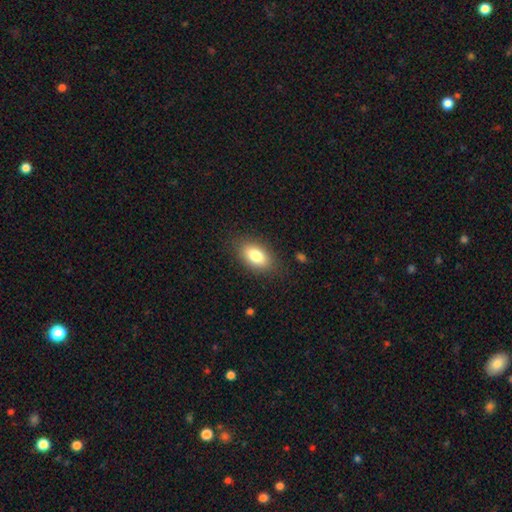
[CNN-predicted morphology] smooth_or_featured: smooth (p=0.81) [alt: featured or disk p=0.11]
how_rounded: in between (p=0.90) [alt: round p=0.06]
merging: none (p=0.84) [alt: minor disturbance p=0.12]